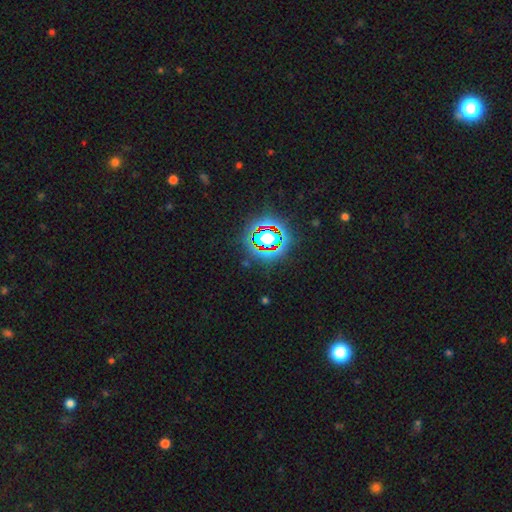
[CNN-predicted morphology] Smooth or featured? star or artifact (82%)